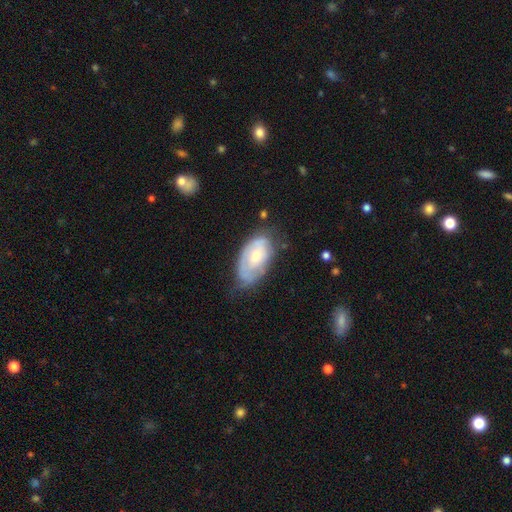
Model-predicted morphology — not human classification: Smooth or featured?
  - featured or disk: 55% *
  - smooth: 39%
  - star or artifact: 6%
Edge-on disk?
  - no: 93% *
  - yes: 7%
Bar?
  - no: 73% *
  - weak: 23%
  - strong: 4%
Spiral arms?
  - yes: 61% *
  - no: 39%
Bulge size?
  - moderate: 55% *
  - small: 33%
  - large: 7%
  - none: 3%
  - dominant: 1%
Merging?
  - none: 52% *
  - minor disturbance: 33%
  - major disturbance: 13%
  - merger: 2%